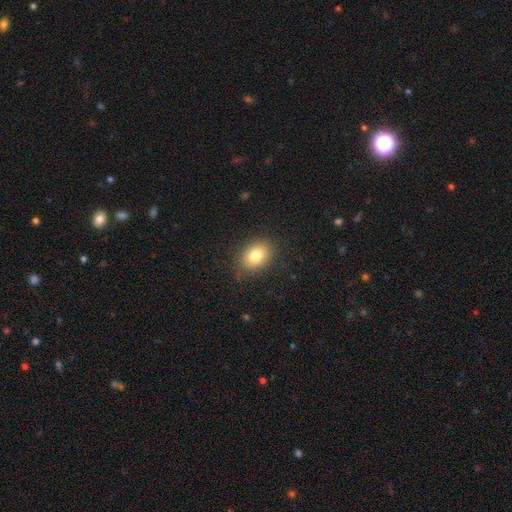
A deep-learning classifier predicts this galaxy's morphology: This appears to be a smooth galaxy with no disk features (81%) that is in between round and cigar-shaped (70%). Merging: none (84%).